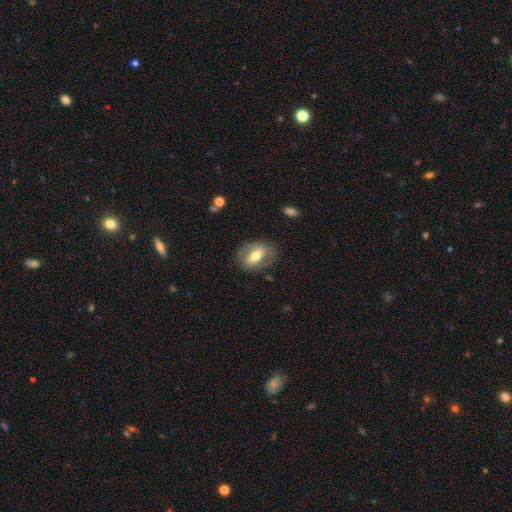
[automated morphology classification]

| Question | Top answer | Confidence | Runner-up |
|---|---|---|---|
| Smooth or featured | featured or disk | 50% | smooth (44%) |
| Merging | none | 75% | minor disturbance (16%) |